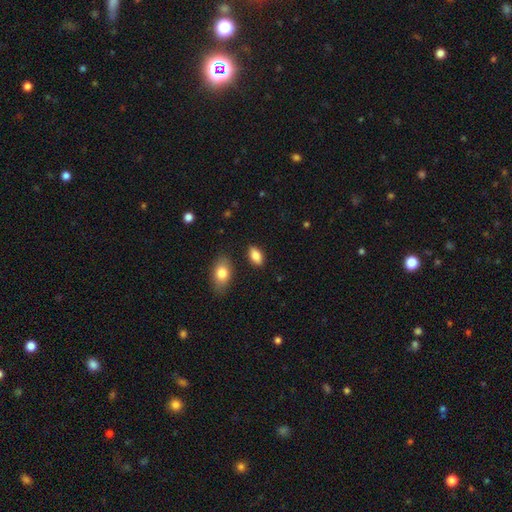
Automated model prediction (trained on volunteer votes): smooth 85%, featured or disk 8%, star or artifact 7%. Down the decision tree: how rounded — in between (92%); merging — none (87%).